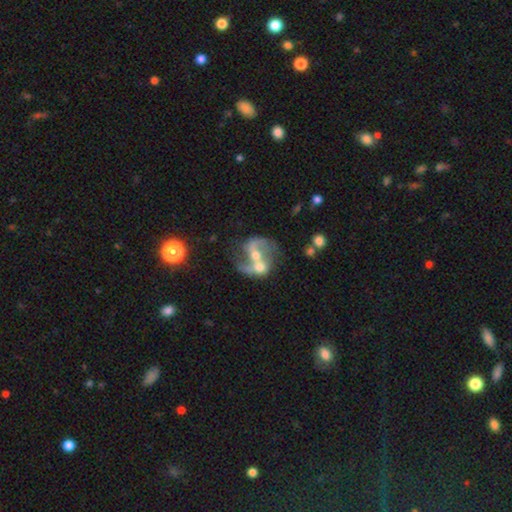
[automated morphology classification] Smooth or featured? Predicted: featured or disk (p=0.77). Edge-on disk? Predicted: no (p=0.97). Bar? Predicted: no (p=0.47). Spiral arms? Predicted: yes (p=0.85). Spiral winding? Predicted: loose (p=0.55). Spiral arm count? Predicted: 2 (p=0.77). Bulge size? Predicted: moderate (p=0.54). Merging? Predicted: merger (p=0.54).